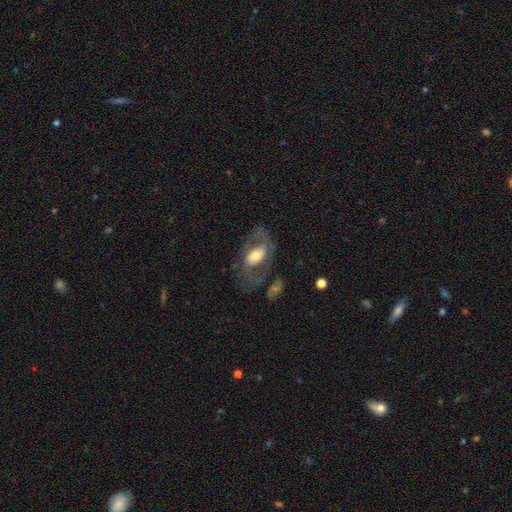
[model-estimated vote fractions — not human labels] The model was most divided on "bar": no: 49%, weak: 31%, strong: 21%. More confident: edge-on disk — no (93%); smooth or featured — featured or disk (64%); spiral arms — yes (60%); merging — none (56%); bulge size — moderate (54%).